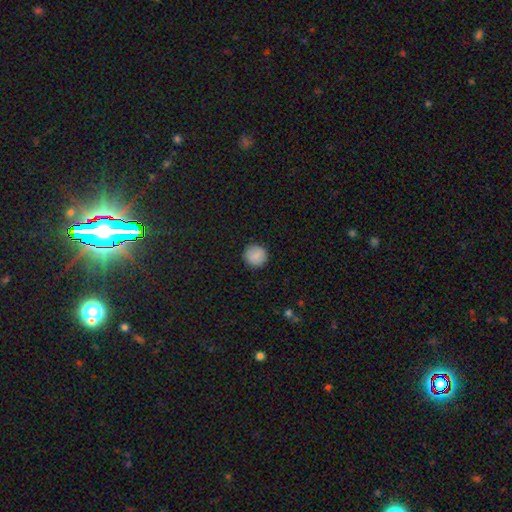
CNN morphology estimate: smooth 87%, star or artifact 8%, featured or disk 5%. Down the decision tree: how rounded — round (95%); merging — none (91%).